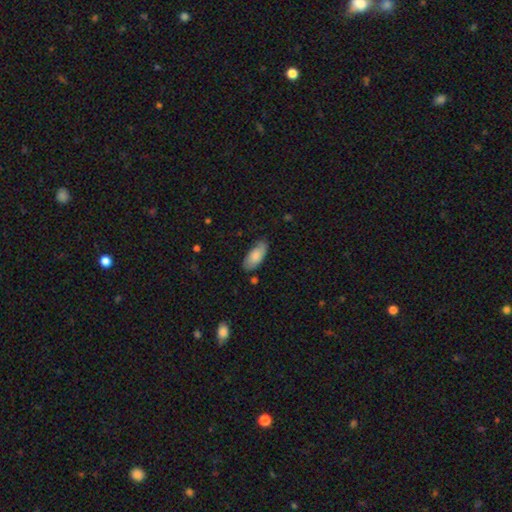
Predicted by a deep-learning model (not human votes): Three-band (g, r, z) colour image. It shows a smooth galaxy with no disk features (76%) that is in between round and cigar-shaped (89%). Merging: none (72%).